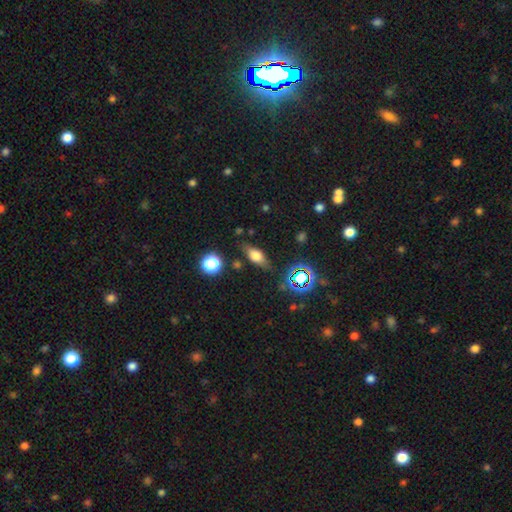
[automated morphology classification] smooth-or-featured: smooth: 60% | featured or disk: 27% | star or artifact: 13%
  how-rounded: in between: 68% | cigar-shaped: 21% | round: 11%
  merging: none: 76% | minor disturbance: 15% | major disturbance: 5% | merger: 4%